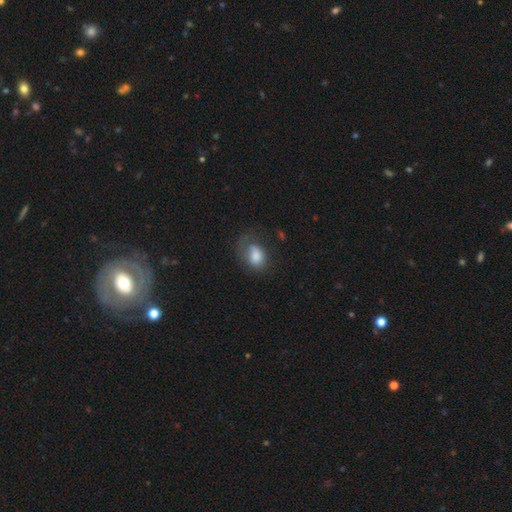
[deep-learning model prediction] smooth 75%, featured or disk 17%, star or artifact 8%. Down the decision tree: how rounded — in between (74%); merging — none (39%).